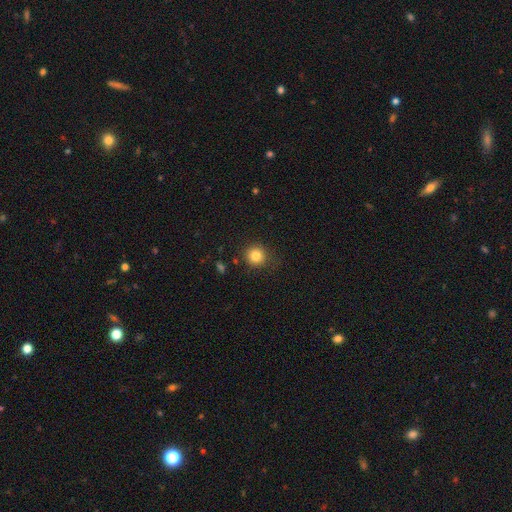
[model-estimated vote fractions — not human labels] smooth 83%, star or artifact 11%, featured or disk 6%. Down the decision tree: how rounded — round (93%); merging — none (85%).